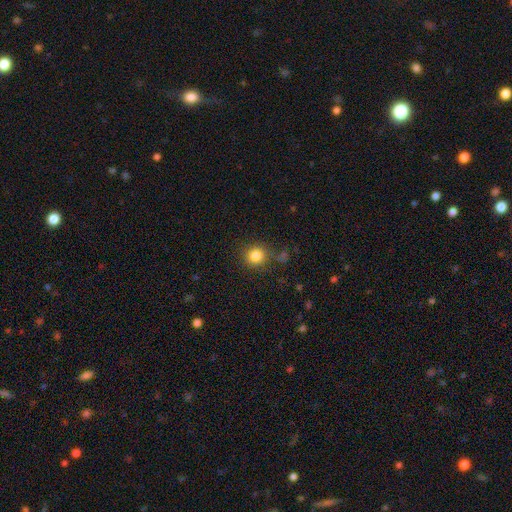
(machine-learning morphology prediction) Smooth or featured? smooth (84%)
How rounded? round (90%)
Merging? none (82%)